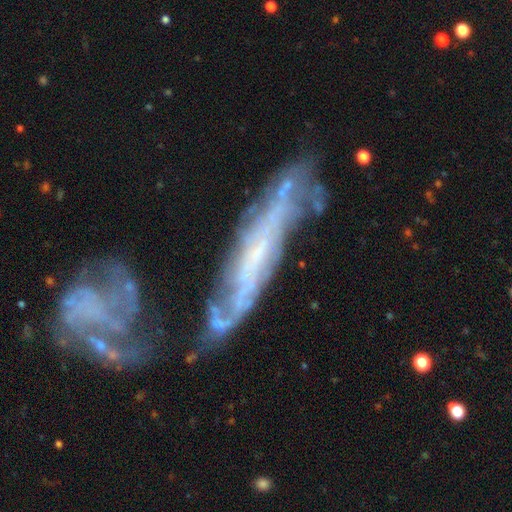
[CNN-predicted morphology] A featured or disk galaxy (76%). Merging: none (54%).